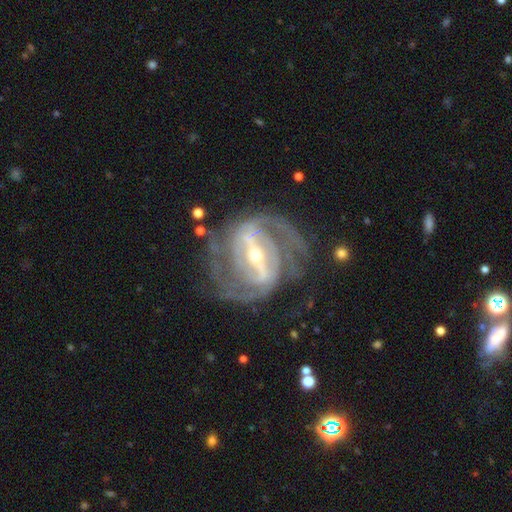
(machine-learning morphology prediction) A featured or disk galaxy (92%) with a strong bar (76%), 2 (45%) tight (46%) spiral arms (97%) and a small central bulge (60%).

Vote fractions:
- Smooth or featured? featured or disk: 92% / star or artifact: 5% / smooth: 3%
- Edge-on disk? no: 96% / yes: 4%
- Bar? strong: 76% / weak: 19% / no: 6%
- Spiral arms? yes: 97% / no: 3%
- Spiral winding? tight: 46% / medium: 43% / loose: 11%
- Spiral arm count? 2: 45% / 3: 20% / can't tell: 15% / 4: 11% / more than 4: 5% / 1: 5%
- Bulge size? small: 60% / moderate: 36% / large: 2% / none: 1% / dominant: 1%
- Merging? none: 68% / minor disturbance: 17% / major disturbance: 13% / merger: 2%